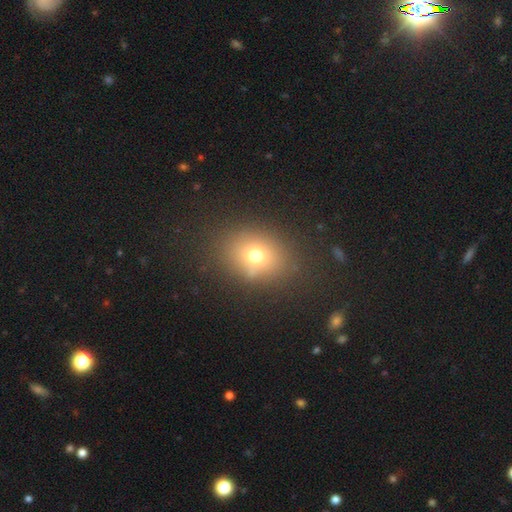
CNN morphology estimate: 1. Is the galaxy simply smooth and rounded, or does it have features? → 70% smooth, 17% star or artifact, 13% featured or disk.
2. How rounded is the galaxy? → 51% in between, 47% round, 1% cigar-shaped.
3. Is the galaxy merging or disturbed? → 82% none, 11% minor disturbance, 5% major disturbance, 2% merger.